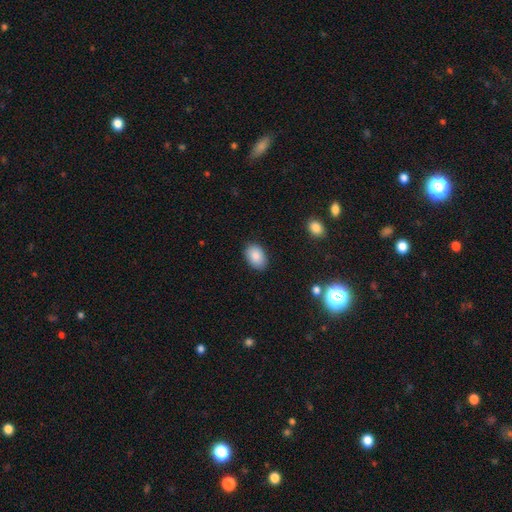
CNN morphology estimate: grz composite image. It shows a smooth galaxy with no disk features (87%) that is in between round and cigar-shaped (85%). Merging: none (86%).